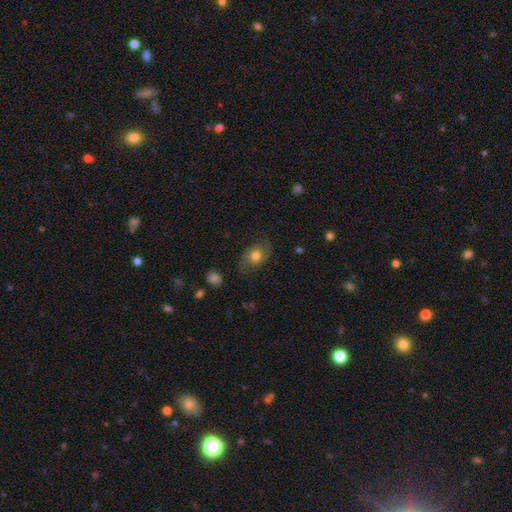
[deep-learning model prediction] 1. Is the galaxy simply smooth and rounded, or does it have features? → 61% smooth, 30% featured or disk, 9% star or artifact.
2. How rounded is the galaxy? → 69% in between, 29% round, 1% cigar-shaped.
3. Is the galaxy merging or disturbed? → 73% none, 19% minor disturbance, 7% major disturbance, 1% merger.